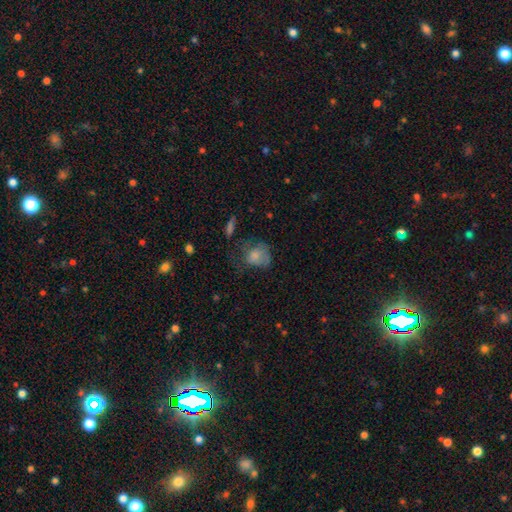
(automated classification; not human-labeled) smooth 70%, featured or disk 20%, star or artifact 10%. Down the decision tree: how rounded — round (60%); merging — major disturbance (35%).